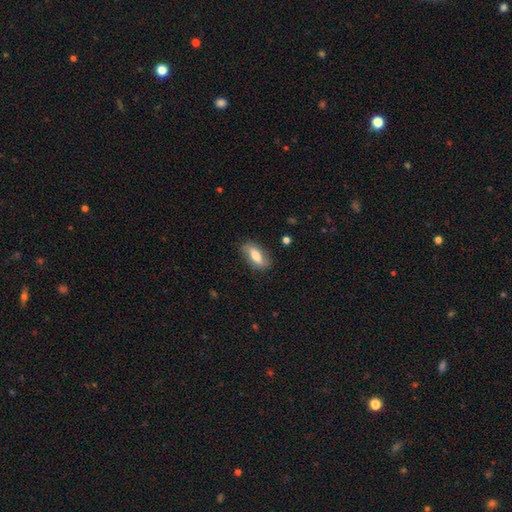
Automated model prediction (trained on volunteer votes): smooth 62%, featured or disk 31%, star or artifact 7%. Down the decision tree: how rounded — in between (81%); merging — none (80%).